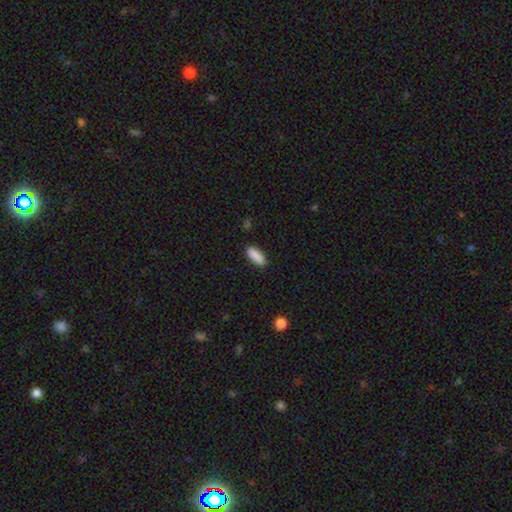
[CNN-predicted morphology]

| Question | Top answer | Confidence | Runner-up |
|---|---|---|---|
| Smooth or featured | smooth | 89% | star or artifact (7%) |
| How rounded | in between | 70% | cigar-shaped (28%) |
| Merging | none | 88% | minor disturbance (9%) |